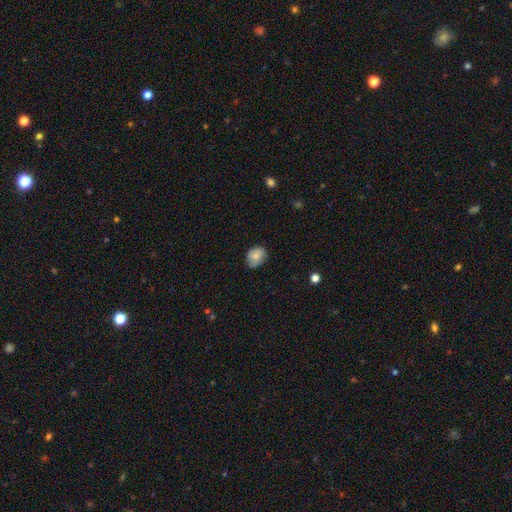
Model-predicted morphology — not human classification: A smooth galaxy with no disk features (79%) that is in between round and cigar-shaped (54%). Merging: none (71%).